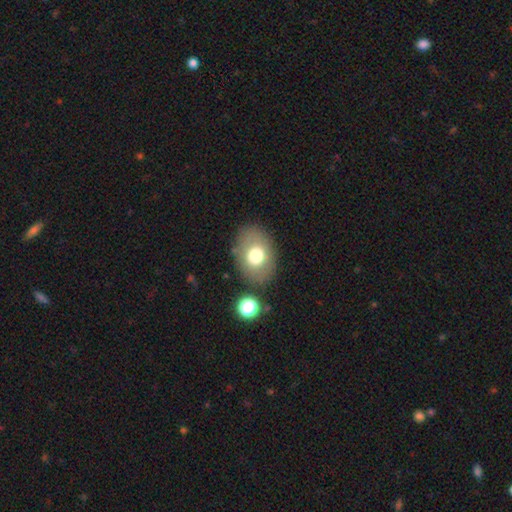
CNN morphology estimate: A smooth galaxy with no disk features (71%) that is in between round and cigar-shaped (73%).

Vote fractions:
- Smooth or featured? smooth: 71% / featured or disk: 20% / star or artifact: 9%
- How rounded? in between: 73% / round: 26% / cigar-shaped: 1%
- Merging? none: 81% / minor disturbance: 11% / major disturbance: 4% / merger: 4%